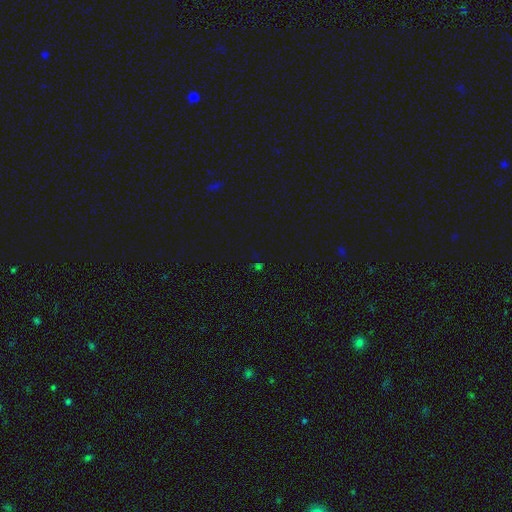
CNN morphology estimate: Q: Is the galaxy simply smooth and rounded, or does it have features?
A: star or artifact — 62%.